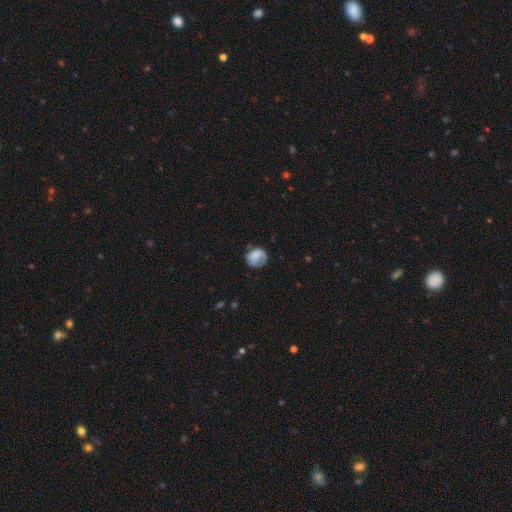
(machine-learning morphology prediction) This appears to be a smooth galaxy with no disk features (66%) that is round (74%). Merging: none (53%).